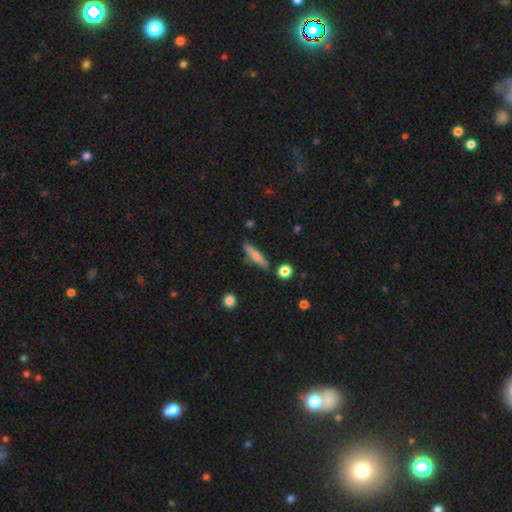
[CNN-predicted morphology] smooth 73%, featured or disk 20%, star or artifact 7%. Down the decision tree: how rounded — cigar-shaped (83%); merging — none (80%).